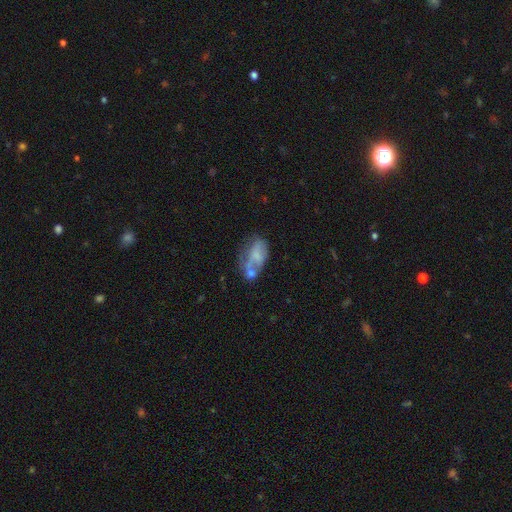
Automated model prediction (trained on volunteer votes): This appears to be a smooth galaxy with no disk features (47%). Merging: merger (33%).